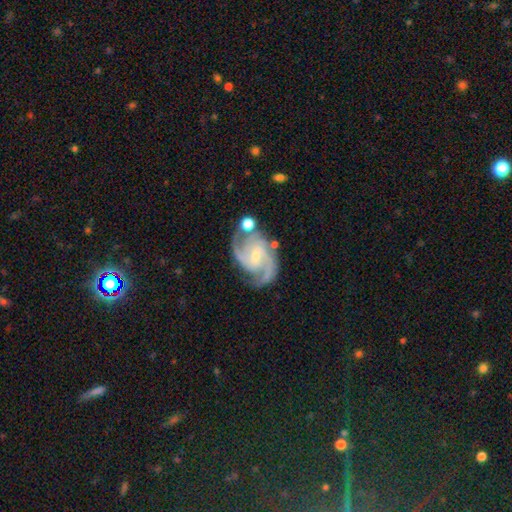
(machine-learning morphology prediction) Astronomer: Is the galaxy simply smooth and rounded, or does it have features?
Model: featured or disk — 91%.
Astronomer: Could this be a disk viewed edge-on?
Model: no — 98%.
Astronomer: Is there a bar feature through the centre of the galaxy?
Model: weak — 49% (runner-up: no, 36%).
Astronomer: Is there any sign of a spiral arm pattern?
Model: yes — 98%.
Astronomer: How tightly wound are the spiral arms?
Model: medium — 54% (runner-up: tight, 35%).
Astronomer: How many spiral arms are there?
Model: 2 — 46% (runner-up: 3, 33%).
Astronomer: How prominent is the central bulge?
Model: small — 65%.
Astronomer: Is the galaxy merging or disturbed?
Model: none — 70%.